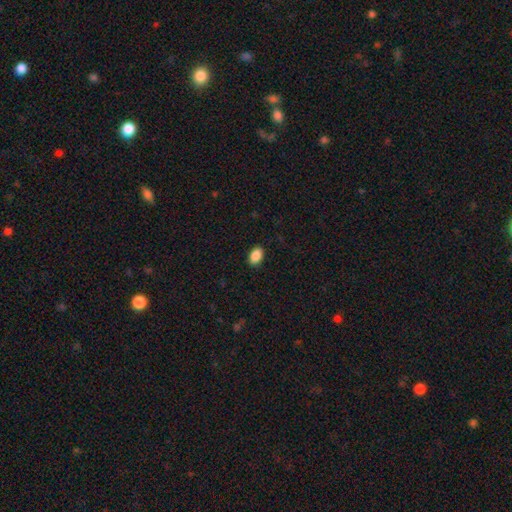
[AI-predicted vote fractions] This appears to be a smooth galaxy with no disk features (89%) that is in between round and cigar-shaped (89%). Merging: none (89%).